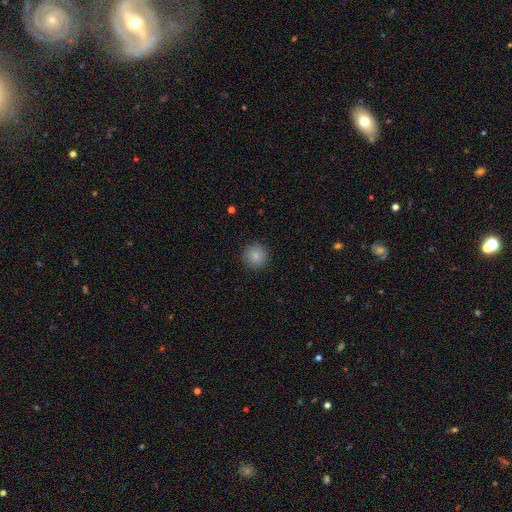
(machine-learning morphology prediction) A smooth galaxy with no disk features (85%) that is round (95%).

Vote fractions:
- Smooth or featured? smooth: 85% / star or artifact: 10% / featured or disk: 5%
- How rounded? round: 95% / in between: 4% / cigar-shaped: 1%
- Merging? none: 91% / minor disturbance: 6% / major disturbance: 2% / merger: 1%